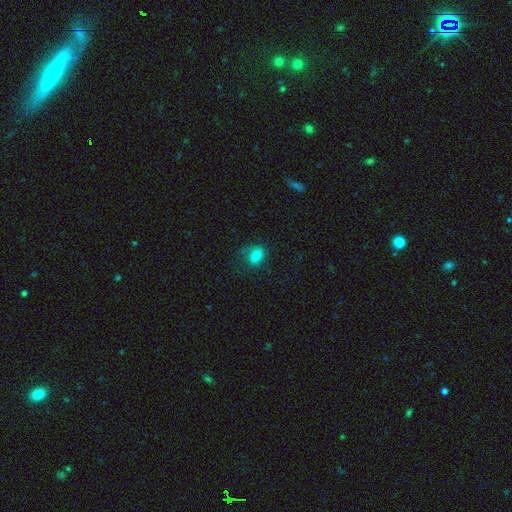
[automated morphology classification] A smooth galaxy with no disk features (78%) that is in between round and cigar-shaped (71%).

Vote fractions:
- Smooth or featured? smooth: 78% / star or artifact: 11% / featured or disk: 10%
- How rounded? in between: 71% / round: 27% / cigar-shaped: 2%
- Merging? none: 66% / minor disturbance: 22% / major disturbance: 10% / merger: 2%